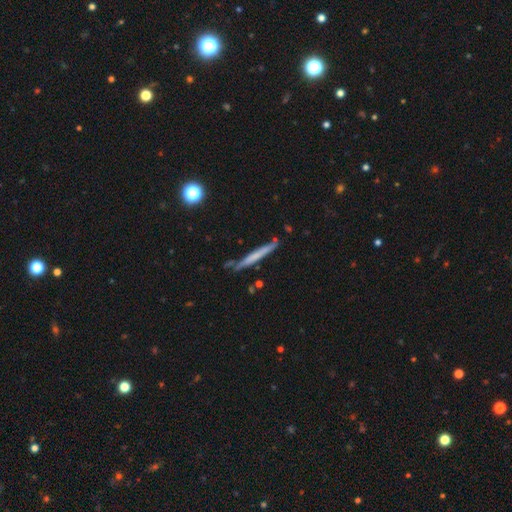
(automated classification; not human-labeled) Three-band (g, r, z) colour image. It shows a smooth galaxy with no disk features (54%) that is cigar-shaped (96%). Merging: none (79%).